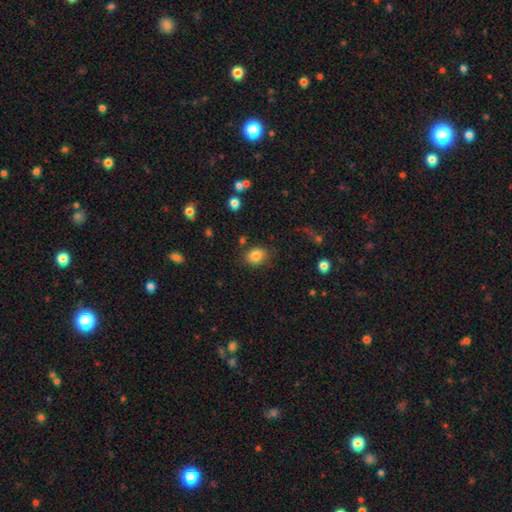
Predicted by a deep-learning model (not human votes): smooth-or-featured: smooth: 83% | star or artifact: 10% | featured or disk: 7%
  how-rounded: in between: 52% | round: 47% | cigar-shaped: 1%
  merging: none: 80% | minor disturbance: 14% | major disturbance: 4% | merger: 3%